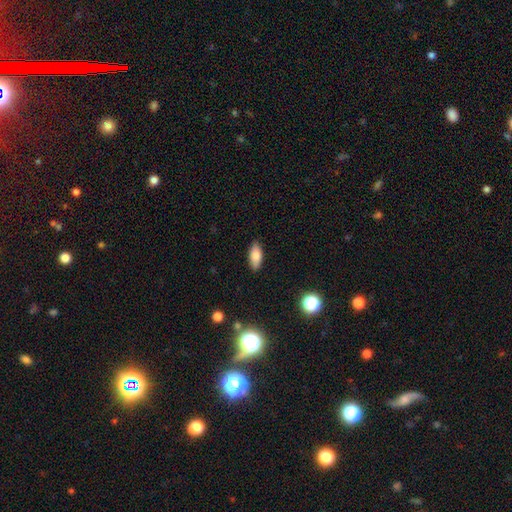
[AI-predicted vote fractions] The model was most divided on "smooth or featured": smooth: 80%, featured or disk: 12%, star or artifact: 8%. More confident: merging — none (87%); how rounded — in between (86%).